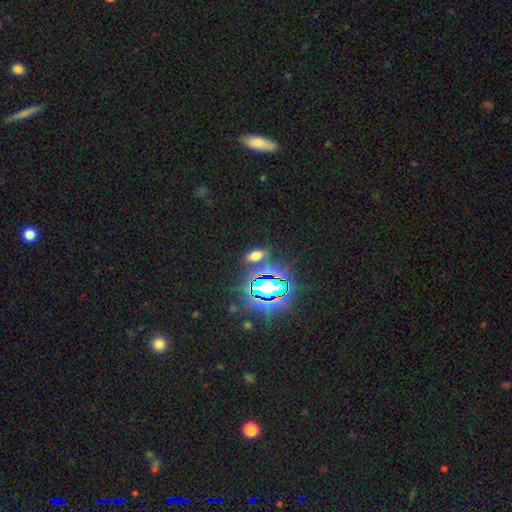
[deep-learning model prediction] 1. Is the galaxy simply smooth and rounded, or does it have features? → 51% smooth, 39% star or artifact, 9% featured or disk.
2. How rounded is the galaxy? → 81% in between, 10% round, 8% cigar-shaped.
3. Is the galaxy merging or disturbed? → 81% none, 9% minor disturbance, 6% merger, 4% major disturbance.